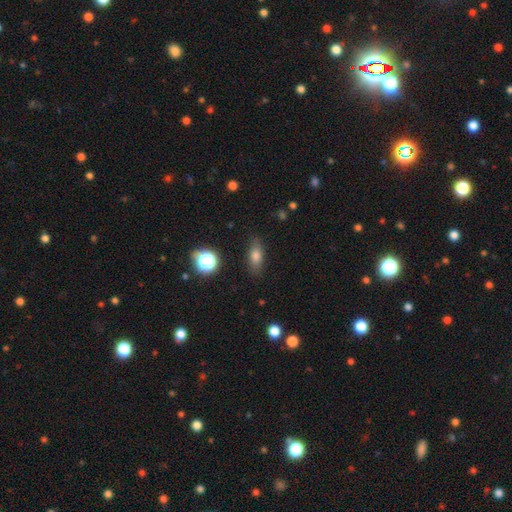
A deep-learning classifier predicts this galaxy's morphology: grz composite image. It shows a smooth galaxy with no disk features (75%) that is in between round and cigar-shaped (74%). Merging: none (83%).